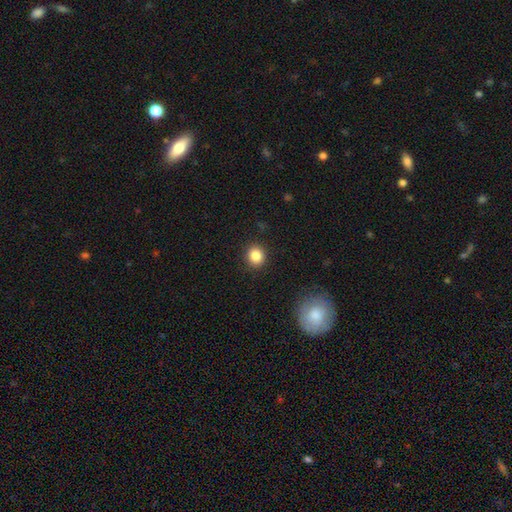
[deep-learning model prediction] Morphology: type=smooth (85%); roundness=round (83%); merging=none (90%).